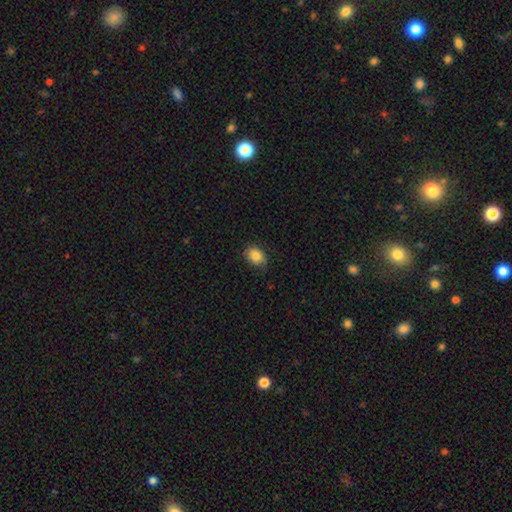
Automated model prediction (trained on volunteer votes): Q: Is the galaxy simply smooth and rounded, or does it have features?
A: smooth — 85%.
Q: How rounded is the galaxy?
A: in between — 66%.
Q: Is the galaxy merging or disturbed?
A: none — 80%.